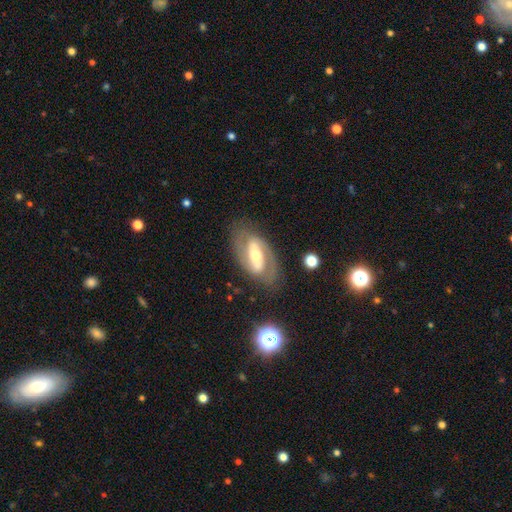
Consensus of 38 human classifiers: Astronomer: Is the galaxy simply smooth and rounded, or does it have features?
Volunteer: featured or disk — 84%.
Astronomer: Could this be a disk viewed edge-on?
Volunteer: no — 88%.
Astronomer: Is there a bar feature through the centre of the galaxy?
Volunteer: strong — 79%.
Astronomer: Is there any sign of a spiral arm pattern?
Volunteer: yes — 96%.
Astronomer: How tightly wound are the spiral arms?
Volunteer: tight — 44% (runner-up: medium, 41%).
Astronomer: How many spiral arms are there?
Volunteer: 2 — 93%.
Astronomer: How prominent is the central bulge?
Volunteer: moderate — 50% (runner-up: small, 46%).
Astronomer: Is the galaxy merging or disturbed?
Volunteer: none — 75%.